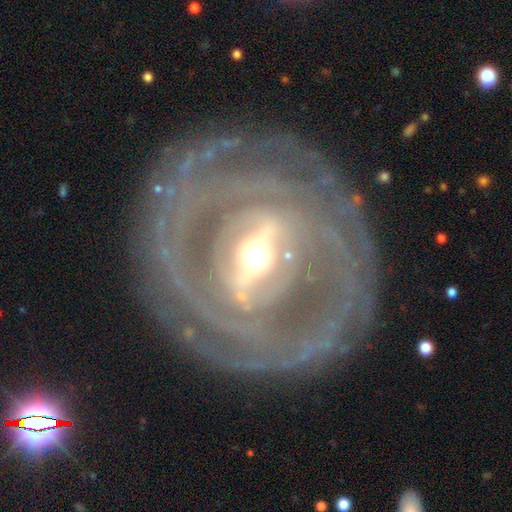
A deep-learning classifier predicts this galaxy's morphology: The model was most divided on "spiral arm count": can't tell: 38%, 2: 24%, 3: 12%, more than 4: 10%, 4: 10%, 1: 7%. More confident: edge-on disk — no (93%); smooth or featured — featured or disk (88%); spiral arms — yes (86%); merging — none (79%); spiral winding — tight (75%); bar — strong (60%); bulge size — moderate (58%).